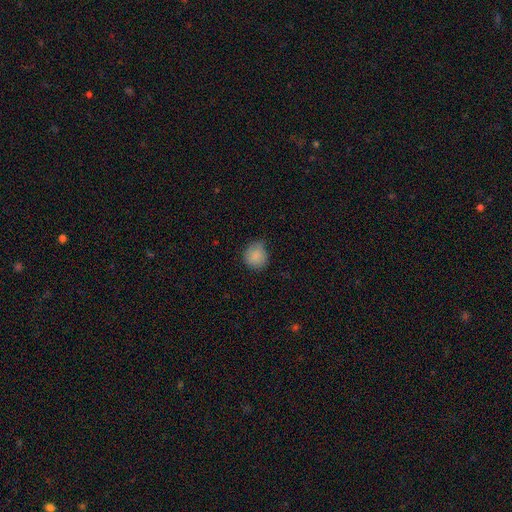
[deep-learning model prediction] Overall: smooth (86%). How rounded: round (86%). Merging: none (67%).